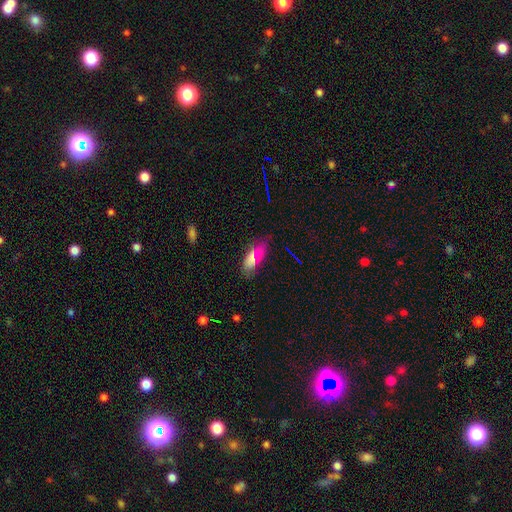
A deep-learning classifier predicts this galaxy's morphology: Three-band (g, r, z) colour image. It shows a smooth galaxy with no disk features (66%) that is in between round and cigar-shaped (74%). Merging: none (75%).